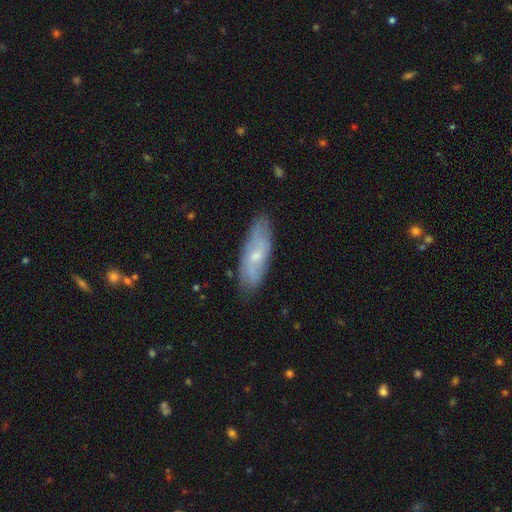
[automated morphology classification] Smooth or featured: featured or disk — 48% (smooth — 45%)
Merging: none — 80% (minor disturbance — 16%)